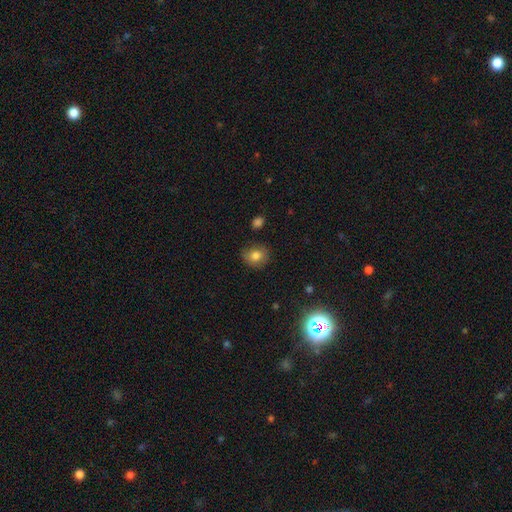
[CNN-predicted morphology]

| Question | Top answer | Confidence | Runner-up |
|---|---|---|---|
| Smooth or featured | smooth | 79% | star or artifact (11%) |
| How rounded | round | 70% | in between (29%) |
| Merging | none | 78% | minor disturbance (16%) |